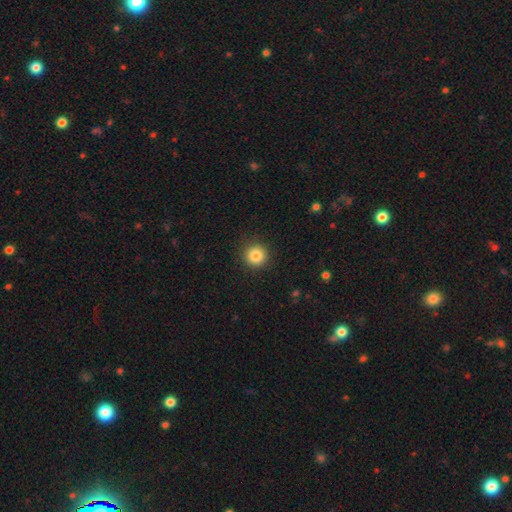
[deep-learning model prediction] This appears to be a smooth galaxy with no disk features (84%) that is round (95%). Merging: none (90%).